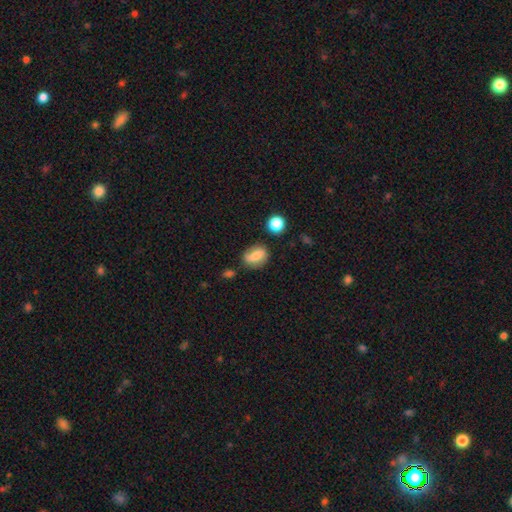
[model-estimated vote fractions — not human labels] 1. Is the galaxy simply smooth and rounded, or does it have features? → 58% smooth, 33% featured or disk, 9% star or artifact.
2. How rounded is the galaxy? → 62% in between, 35% round, 3% cigar-shaped.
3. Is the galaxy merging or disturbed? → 71% none, 18% minor disturbance, 5% major disturbance, 5% merger.